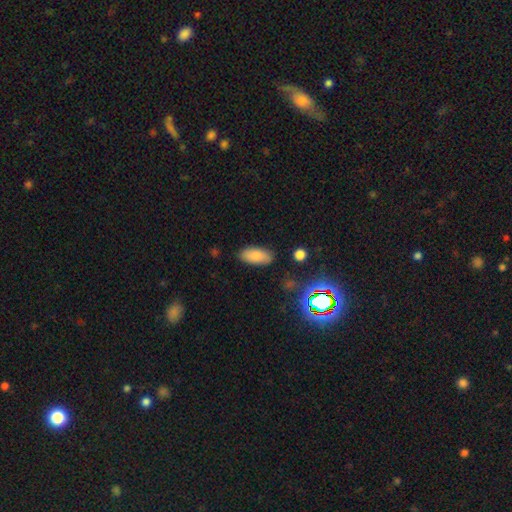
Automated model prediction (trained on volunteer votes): Smooth or featured: smooth — 84% (star or artifact — 8%)
How rounded: in between — 89% (cigar-shaped — 9%)
Merging: none — 84% (minor disturbance — 11%)